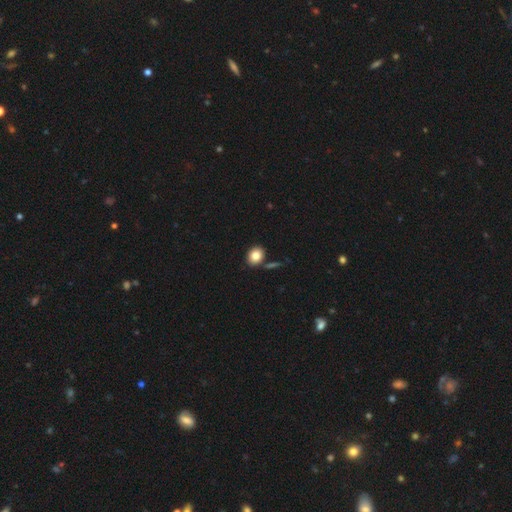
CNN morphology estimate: smooth-or-featured: smooth: 83% | star or artifact: 9% | featured or disk: 8%
  how-rounded: in between: 55% | round: 44% | cigar-shaped: 1%
  merging: none: 79% | minor disturbance: 10% | merger: 8% | major disturbance: 3%